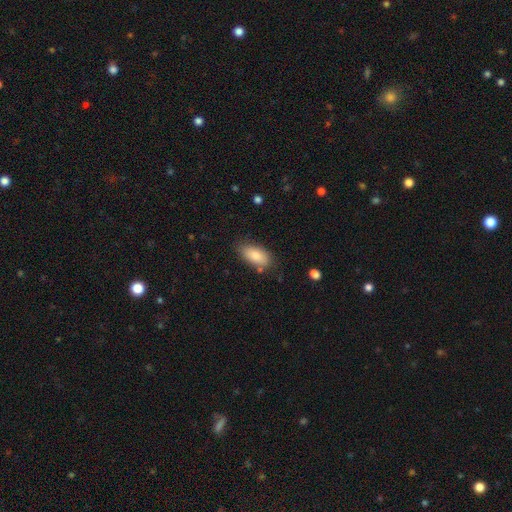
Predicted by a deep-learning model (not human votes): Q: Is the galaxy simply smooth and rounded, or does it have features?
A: smooth — 83%.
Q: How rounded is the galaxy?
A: in between — 92%.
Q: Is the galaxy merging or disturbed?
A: none — 76%.